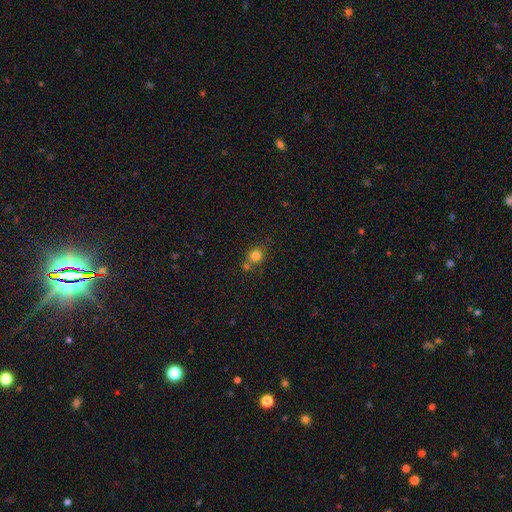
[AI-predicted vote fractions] Q: Smooth or featured?
A: smooth (80%); runner-up: star or artifact (13%)
Q: How rounded?
A: round (84%); runner-up: in between (15%)
Q: Merging?
A: none (60%); runner-up: merger (25%)